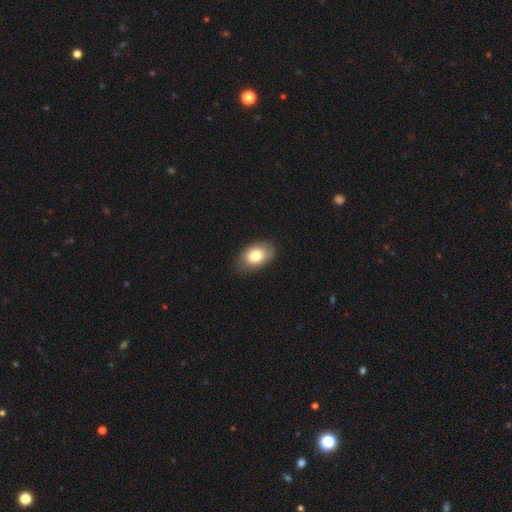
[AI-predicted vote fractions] A smooth galaxy with no disk features (78%) that is in between round and cigar-shaped (86%).

Vote fractions:
- Smooth or featured? smooth: 78% / featured or disk: 15% / star or artifact: 8%
- How rounded? in between: 86% / round: 13% / cigar-shaped: 1%
- Merging? none: 80% / minor disturbance: 16% / major disturbance: 3% / merger: 1%